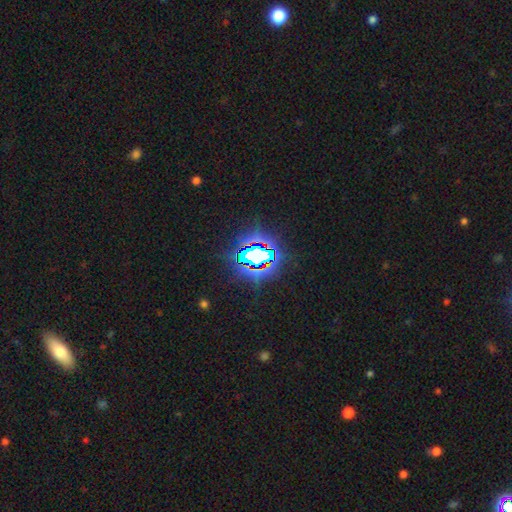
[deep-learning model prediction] Morphology: type=star or artifact (72%).